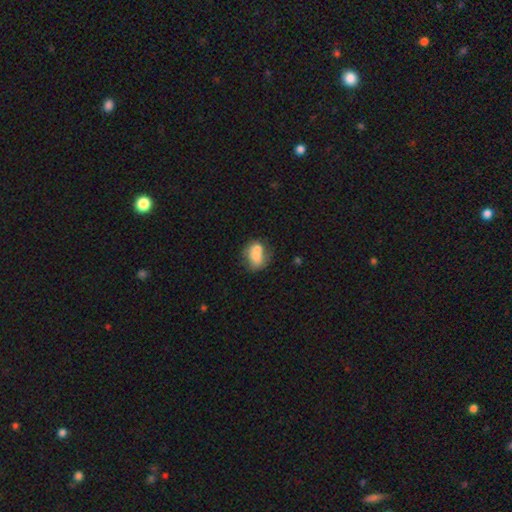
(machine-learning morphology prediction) smooth-or-featured: smooth: 70% | featured or disk: 21% | star or artifact: 9%
  how-rounded: in between: 66% | round: 32% | cigar-shaped: 2%
  merging: merger: 45% | none: 33% | minor disturbance: 15% | major disturbance: 7%